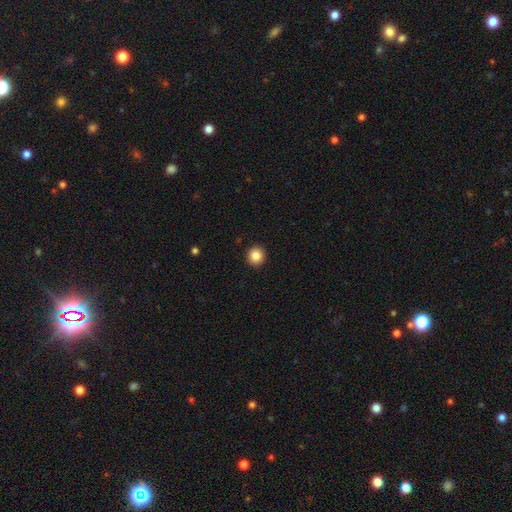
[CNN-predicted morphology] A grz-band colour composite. It shows a smooth galaxy with no disk features (86%) that is round (93%). Merging: none (93%).